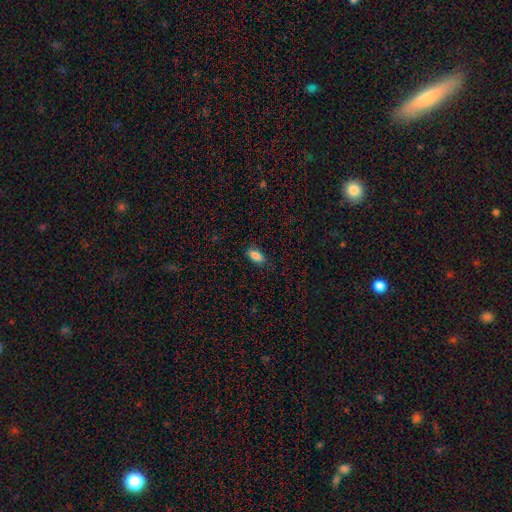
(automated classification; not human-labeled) Morphology: type=smooth (86%); roundness=in between (88%); merging=none (83%).